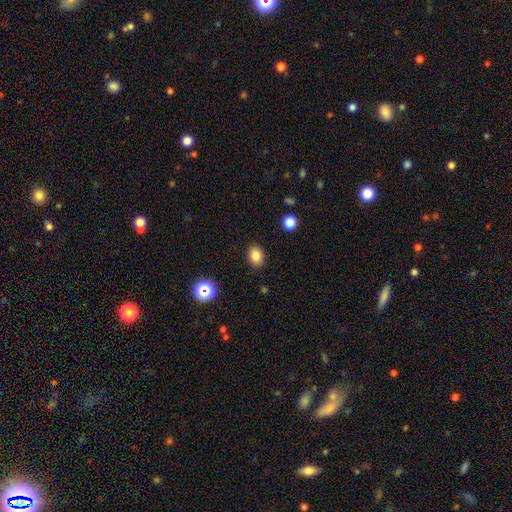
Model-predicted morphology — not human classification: smooth 83%, star or artifact 12%, featured or disk 5%. Down the decision tree: how rounded — in between (57%); merging — none (88%).